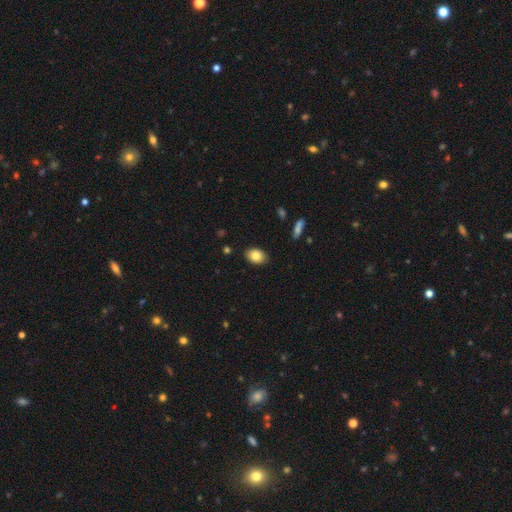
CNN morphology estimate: The model was most divided on "how rounded": in between: 84%, round: 15%, cigar-shaped: 1%. More confident: merging — none (88%); smooth or featured — smooth (83%).